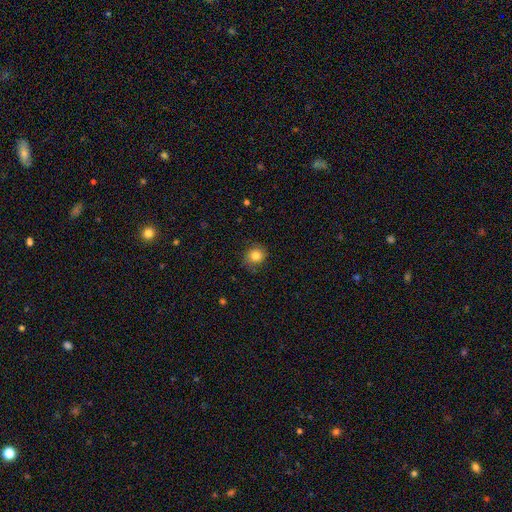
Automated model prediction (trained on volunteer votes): This appears to be a smooth galaxy with no disk features (82%) that is round (80%). Merging: none (82%).